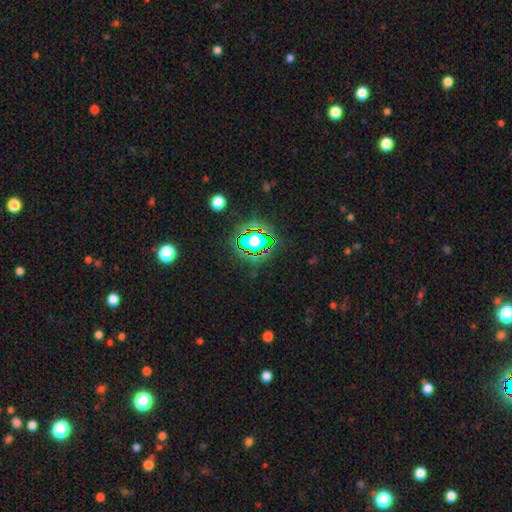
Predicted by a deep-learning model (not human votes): Smooth or featured? Predicted: star or artifact (p=0.80).